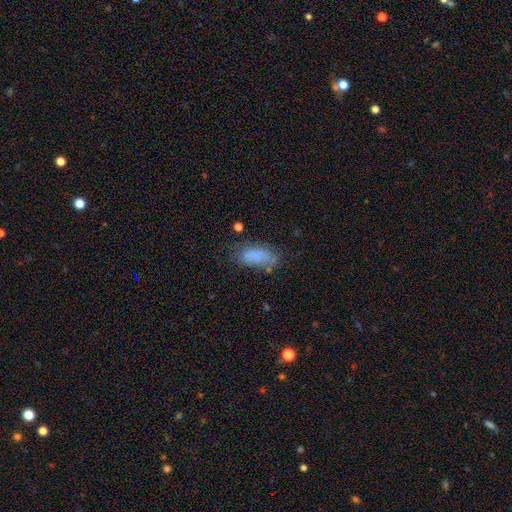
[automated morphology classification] This appears to be a smooth galaxy with no disk features (79%) that is in between round and cigar-shaped (86%). Merging: none (56%).